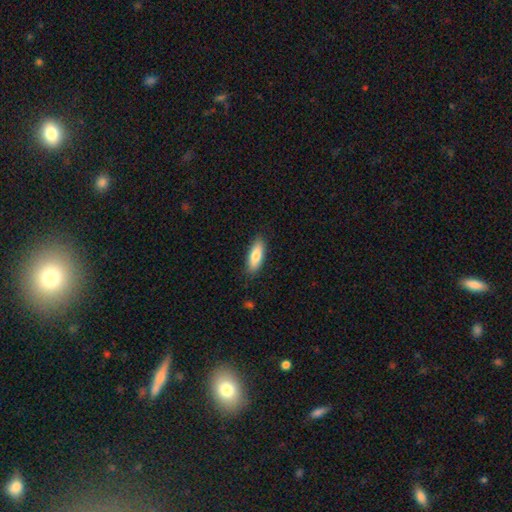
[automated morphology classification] Smooth or featured?
  - smooth: 80% *
  - featured or disk: 14%
  - star or artifact: 6%
How rounded?
  - in between: 62% *
  - cigar-shaped: 36%
  - round: 2%
Merging?
  - none: 86% *
  - minor disturbance: 11%
  - major disturbance: 2%
  - merger: 1%